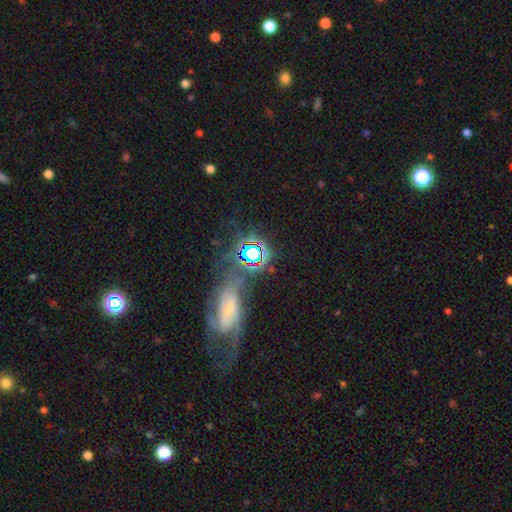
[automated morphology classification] type=star or artifact (63%).